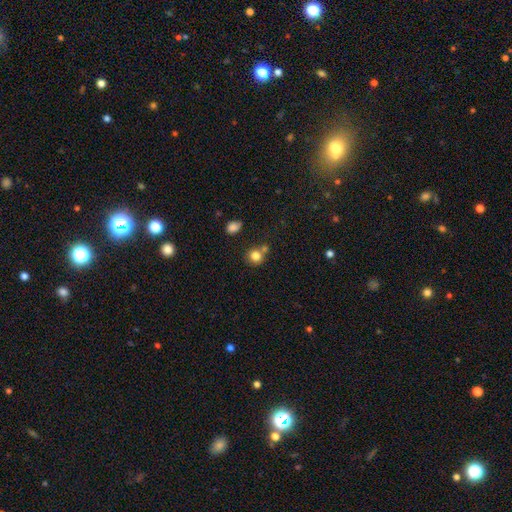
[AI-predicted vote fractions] Overall: smooth (82%). How rounded: round (86%). Merging: none (61%; merger 24%).